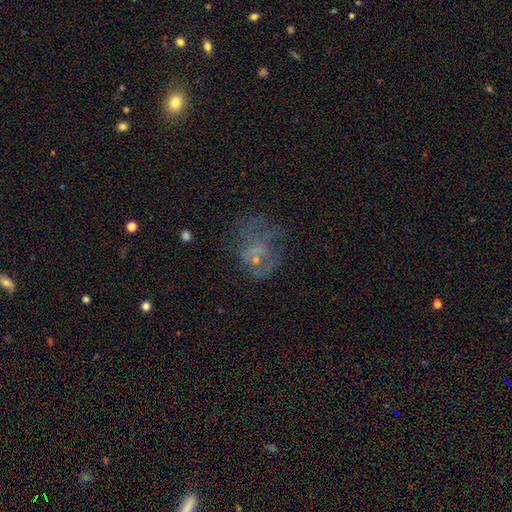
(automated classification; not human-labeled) smooth_or_featured: featured or disk (p=0.44) [alt: smooth p=0.33]
merging: major disturbance (p=0.39) [alt: none p=0.37]